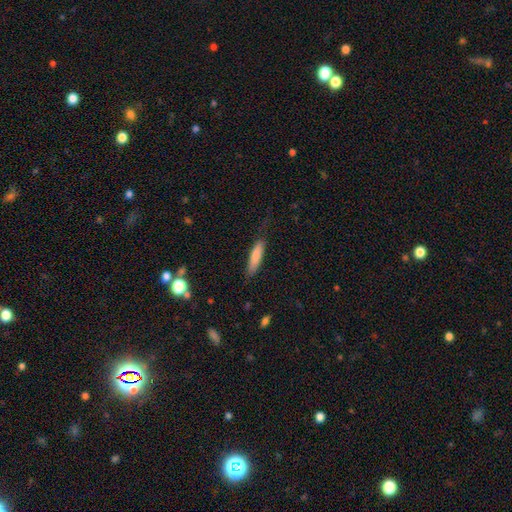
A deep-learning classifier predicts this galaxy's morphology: smooth_or_featured: smooth (p=0.80) [alt: featured or disk p=0.13]
how_rounded: cigar-shaped (p=0.73) [alt: in between p=0.25]
merging: none (p=0.79) [alt: minor disturbance p=0.16]